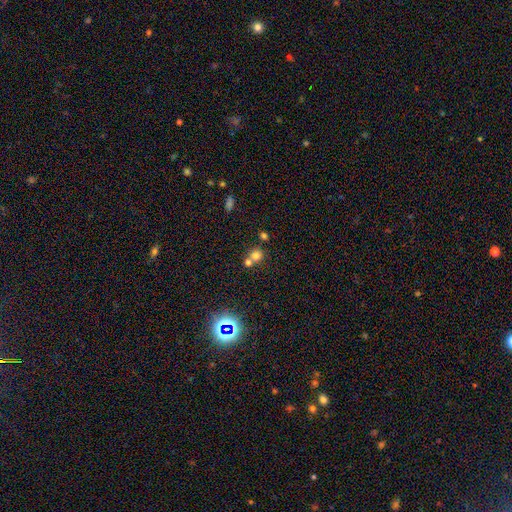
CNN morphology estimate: Smooth or featured? smooth (71%)
How rounded? round (86%)
Merging? none (48%)